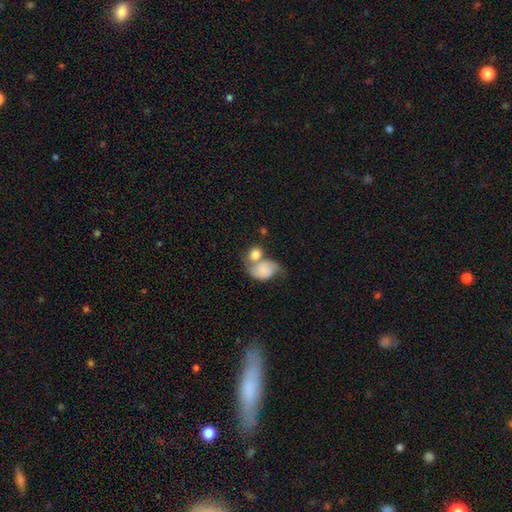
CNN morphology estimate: type=smooth (68%); roundness=in between (53%); merging=merger (53%).